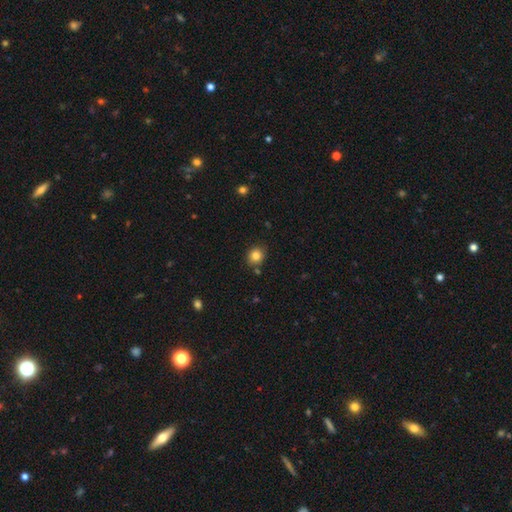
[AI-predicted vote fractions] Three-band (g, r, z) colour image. It shows a smooth galaxy with no disk features (82%) that is round (77%). Merging: none (84%).